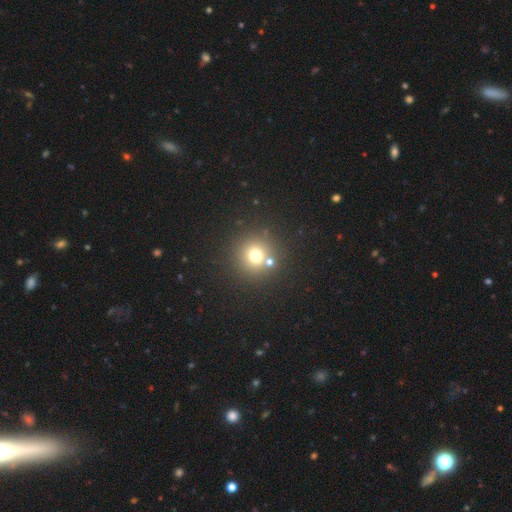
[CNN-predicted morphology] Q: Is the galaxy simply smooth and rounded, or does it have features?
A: smooth — 70%.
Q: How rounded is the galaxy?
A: round — 93%.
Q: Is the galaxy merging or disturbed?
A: none — 77%.